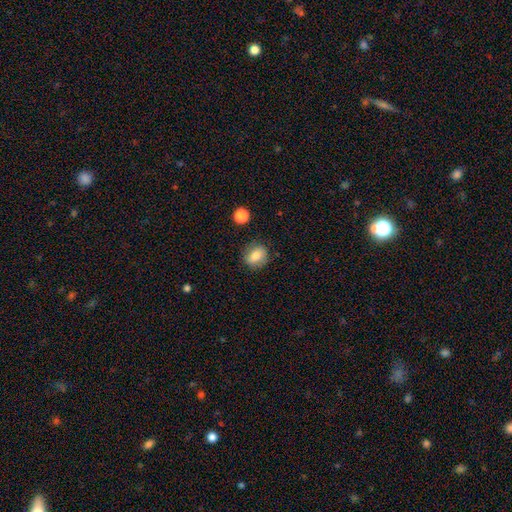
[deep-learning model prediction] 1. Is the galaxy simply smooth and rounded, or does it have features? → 73% smooth, 18% featured or disk, 9% star or artifact.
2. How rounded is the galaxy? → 58% round, 40% in between, 2% cigar-shaped.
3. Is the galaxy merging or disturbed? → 81% none, 14% minor disturbance, 4% major disturbance, 2% merger.